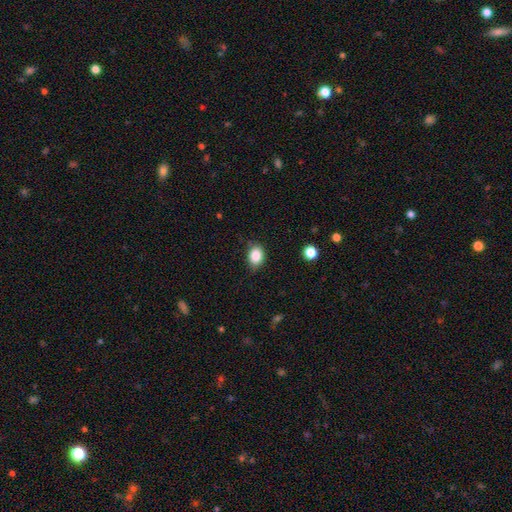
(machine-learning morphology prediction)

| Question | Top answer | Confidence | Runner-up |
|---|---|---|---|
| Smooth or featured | smooth | 86% | star or artifact (9%) |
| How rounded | in between | 64% | round (35%) |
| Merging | none | 78% | minor disturbance (17%) |